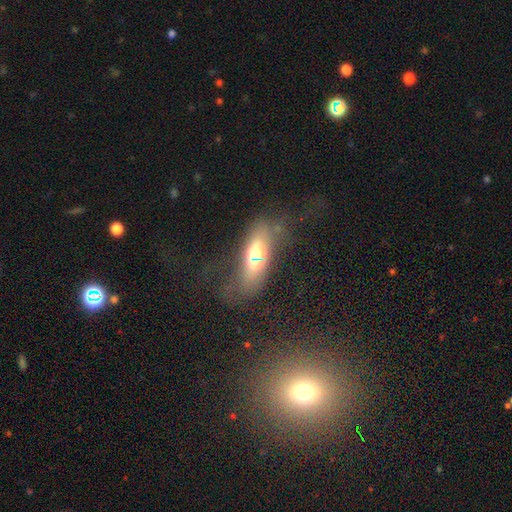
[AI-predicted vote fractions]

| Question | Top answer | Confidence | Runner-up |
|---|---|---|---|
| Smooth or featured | smooth | 53% | featured or disk (34%) |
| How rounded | in between | 71% | cigar-shaped (20%) |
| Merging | none | 51% | major disturbance (24%) |